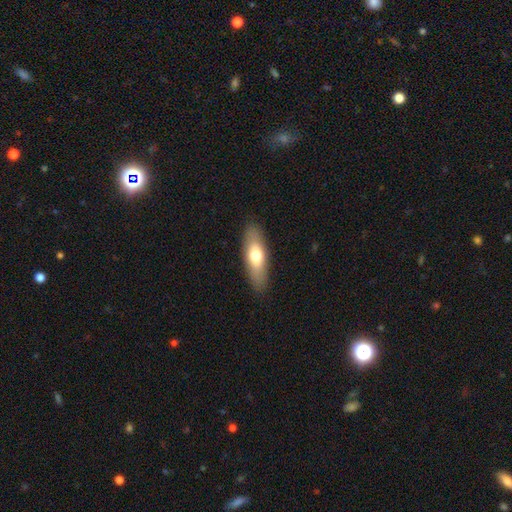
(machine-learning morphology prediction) smooth_or_featured: smooth (p=0.65) [alt: featured or disk p=0.29]
how_rounded: in between (p=0.57) [alt: cigar-shaped p=0.40]
merging: none (p=0.87) [alt: minor disturbance p=0.09]